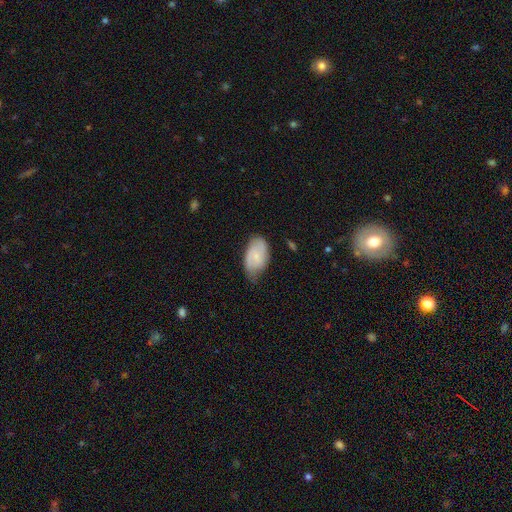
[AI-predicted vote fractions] Morphology: type=smooth (55%); roundness=in between (92%); merging=none (51%).